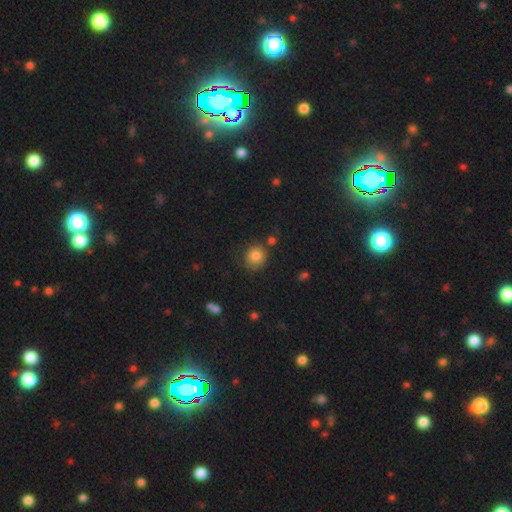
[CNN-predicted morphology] Overall: smooth (81%). How rounded: round (85%). Merging: none (75%).